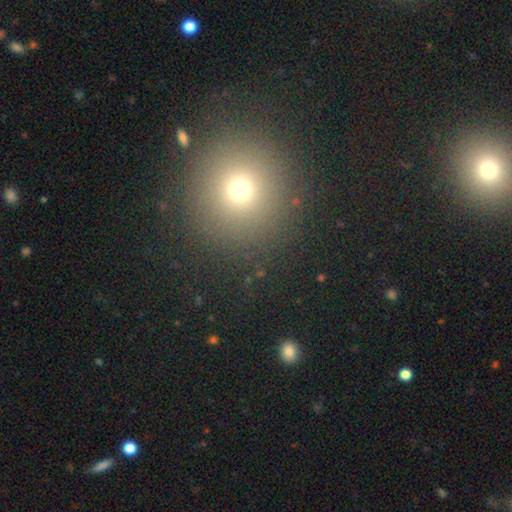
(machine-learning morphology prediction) Smooth or featured?
  - smooth: 65% *
  - star or artifact: 26%
  - featured or disk: 8%
How rounded?
  - round: 95% *
  - in between: 4%
  - cigar-shaped: 1%
Merging?
  - none: 90% *
  - minor disturbance: 5%
  - major disturbance: 3%
  - merger: 2%